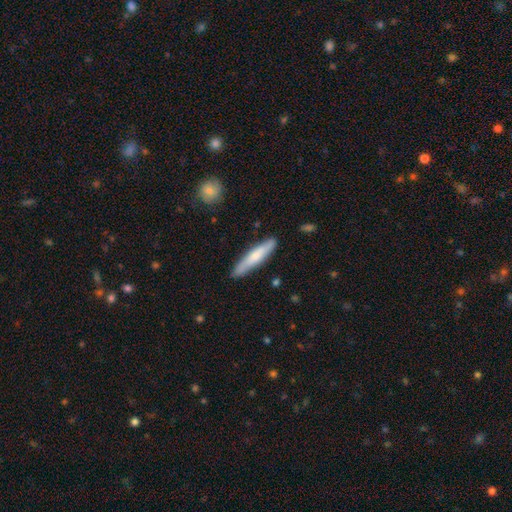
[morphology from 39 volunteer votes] smooth 64%, featured or disk 26%, star or artifact 10%. Down the decision tree: how rounded — cigar-shaped (92%); merging — none (86%).